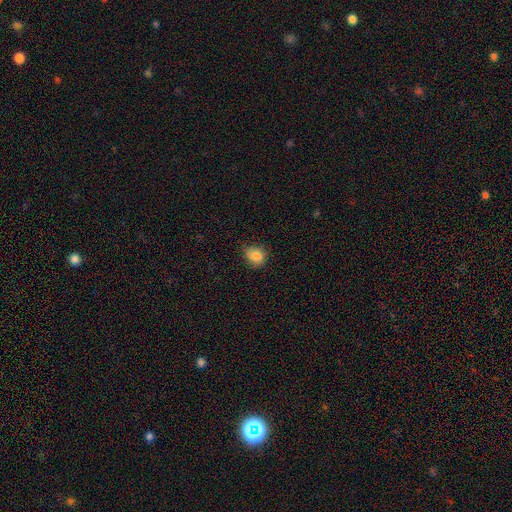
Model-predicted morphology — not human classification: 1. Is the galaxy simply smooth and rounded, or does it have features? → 84% smooth, 9% star or artifact, 6% featured or disk.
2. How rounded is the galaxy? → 71% round, 28% in between, 1% cigar-shaped.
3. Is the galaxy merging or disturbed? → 76% none, 19% minor disturbance, 4% major disturbance, 1% merger.